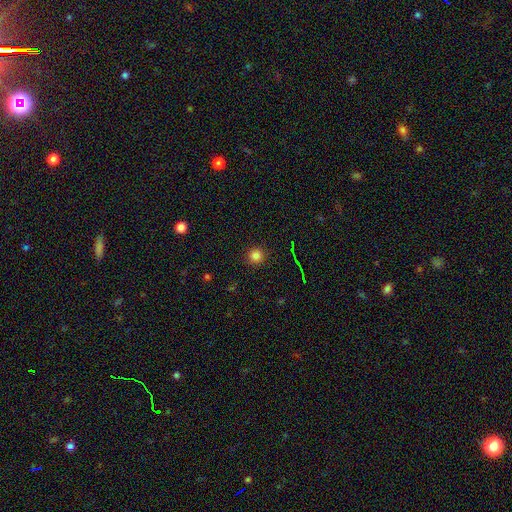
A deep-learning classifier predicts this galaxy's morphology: This is clearly a smooth galaxy (80%). How rounded: clearly round (94%). Merging: clearly none (91%).